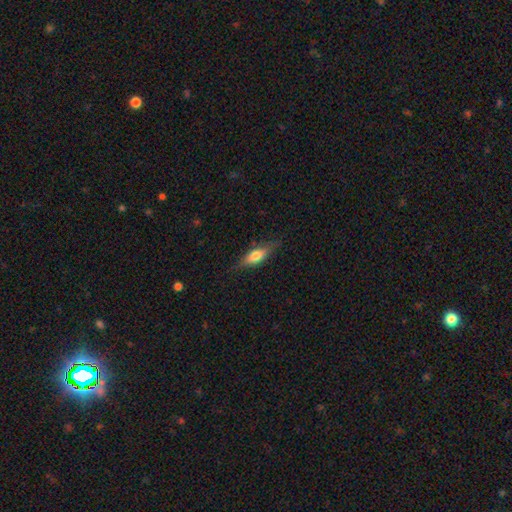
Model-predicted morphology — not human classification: This is possibly a smooth galaxy (59%). How rounded: possibly in between (55%). Merging: likely none (79%).